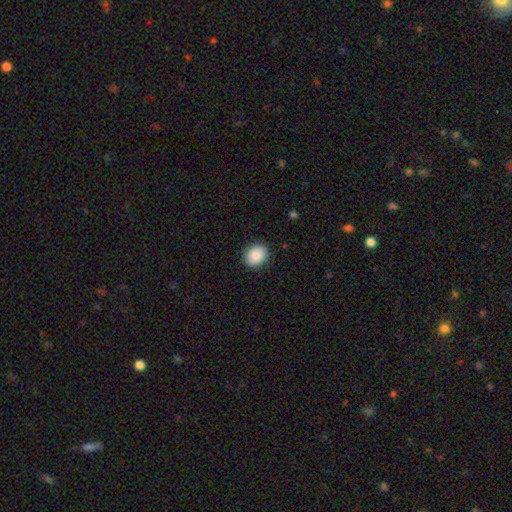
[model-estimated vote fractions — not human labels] A smooth galaxy with no disk features (89%) that is in between round and cigar-shaped (54%).

Vote fractions:
- Smooth or featured? smooth: 89% / star or artifact: 7% / featured or disk: 5%
- How rounded? in between: 54% / round: 45% / cigar-shaped: 1%
- Merging? none: 88% / minor disturbance: 9% / major disturbance: 2% / merger: 1%